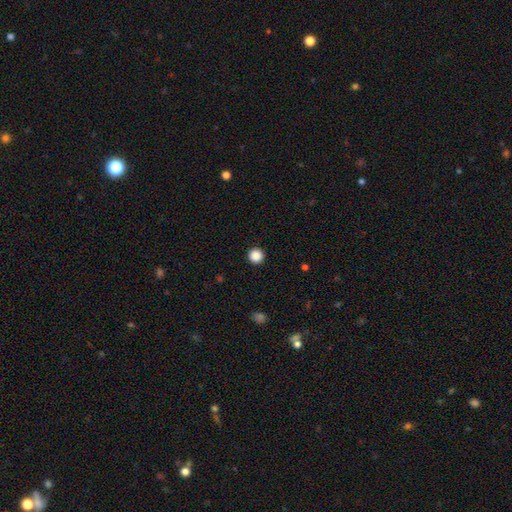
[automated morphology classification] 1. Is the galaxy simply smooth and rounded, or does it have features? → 87% smooth, 10% star or artifact, 2% featured or disk.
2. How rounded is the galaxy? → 96% round, 3% in between, 1% cigar-shaped.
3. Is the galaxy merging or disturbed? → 94% none, 4% minor disturbance, 2% major disturbance, 1% merger.